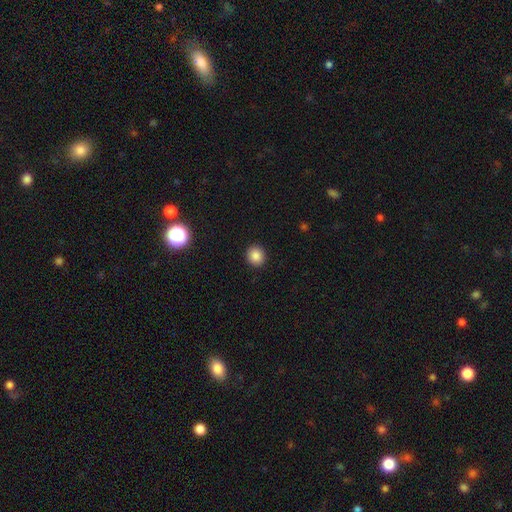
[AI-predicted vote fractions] A smooth galaxy with no disk features (86%) that is round (84%). Merging: none (92%).